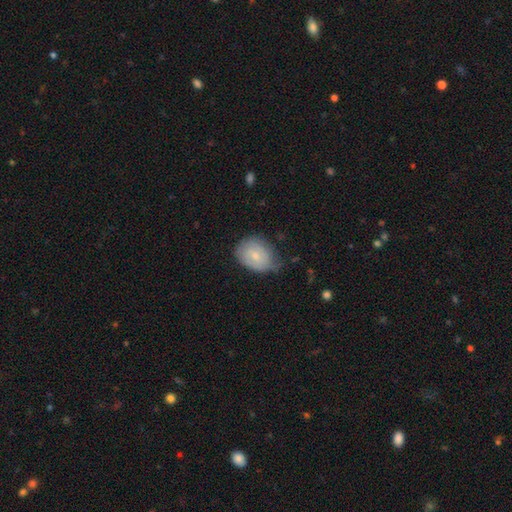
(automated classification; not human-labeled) Overall: smooth (58%; featured or disk 35%). How rounded: in between (66%; round 33%). Merging: none (53%; minor disturbance 36%).